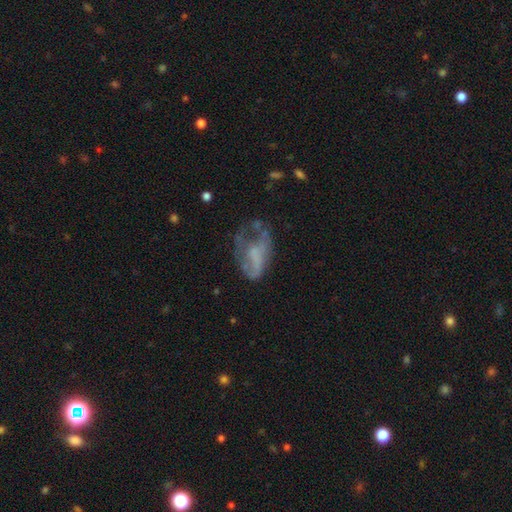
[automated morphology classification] A featured or disk galaxy (52%) with no bar (78%), no spiral arms (73%) and no central bulge (65%). Merging: major disturbance (41%).